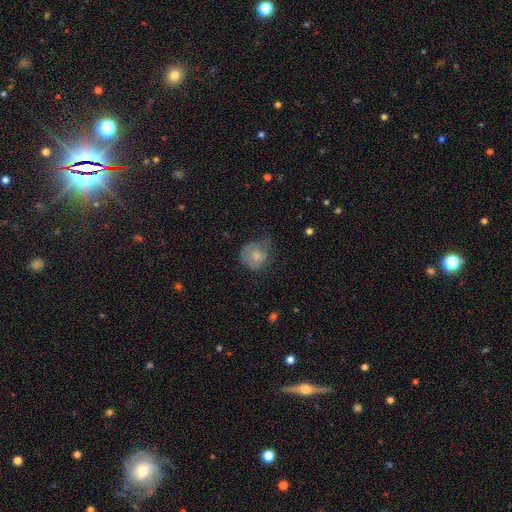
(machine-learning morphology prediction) Smooth or featured? Predicted: smooth (p=0.63). How rounded? Predicted: round (p=0.70). Merging? Predicted: minor disturbance (p=0.36).